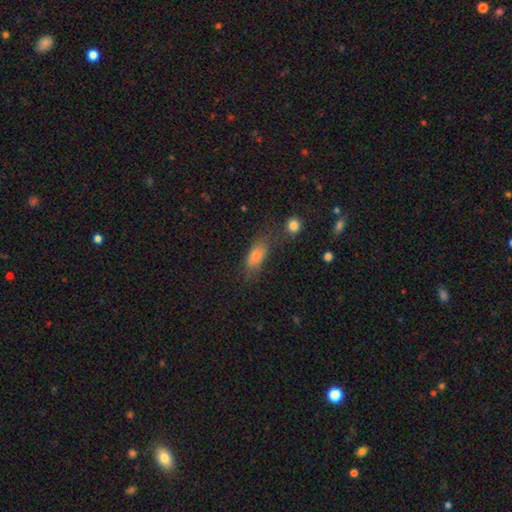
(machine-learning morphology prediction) smooth-or-featured: smooth: 75% | star or artifact: 13% | featured or disk: 12%
  how-rounded: in between: 74% | cigar-shaped: 20% | round: 6%
  merging: none: 60% | minor disturbance: 22% | major disturbance: 11% | merger: 8%